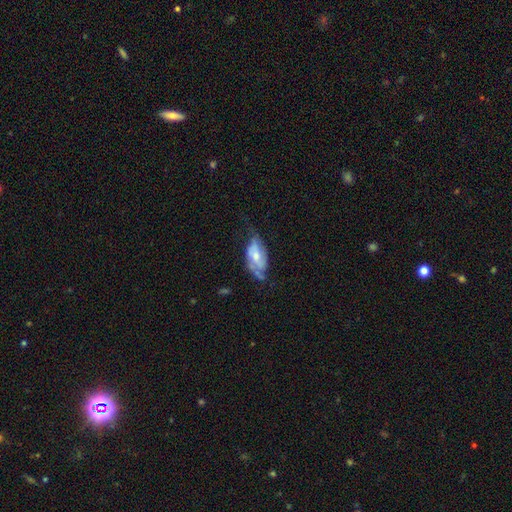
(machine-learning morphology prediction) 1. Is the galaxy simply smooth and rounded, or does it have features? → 63% featured or disk, 31% smooth, 6% star or artifact.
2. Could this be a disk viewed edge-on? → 92% no, 8% yes.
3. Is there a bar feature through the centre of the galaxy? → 52% no, 36% weak, 12% strong.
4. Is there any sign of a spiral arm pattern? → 76% yes, 24% no.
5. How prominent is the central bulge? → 54% moderate, 34% small, 6% large, 4% none, 1% dominant.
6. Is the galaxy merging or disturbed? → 36% none, 32% minor disturbance, 28% major disturbance, 4% merger.